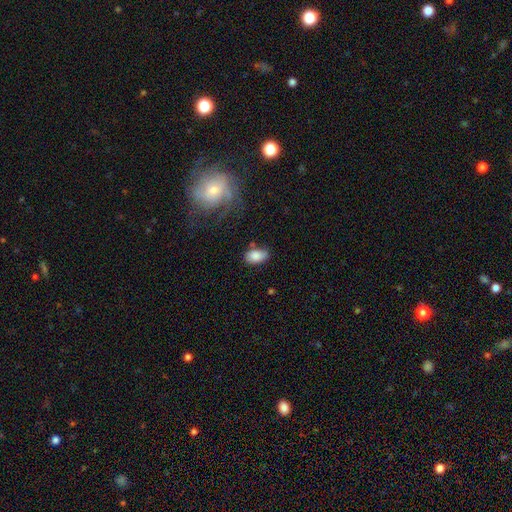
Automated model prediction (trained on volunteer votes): Q: Smooth or featured?
A: smooth (82%); runner-up: featured or disk (9%)
Q: How rounded?
A: in between (91%); runner-up: round (7%)
Q: Merging?
A: none (64%); runner-up: minor disturbance (24%)